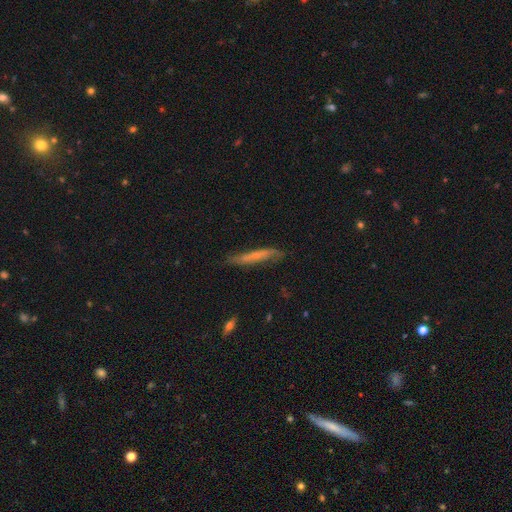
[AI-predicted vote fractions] Smooth or featured? Predicted: smooth (p=0.47). Merging? Predicted: none (p=0.73).